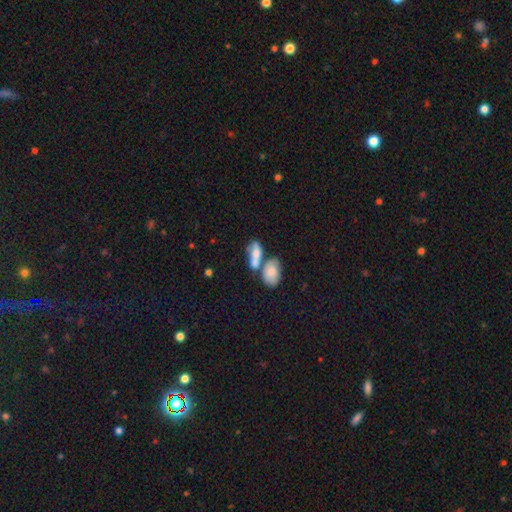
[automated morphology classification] smooth-or-featured: smooth: 65% | featured or disk: 27% | star or artifact: 9%
  how-rounded: in between: 84% | cigar-shaped: 8% | round: 8%
  merging: merger: 63% | none: 20% | minor disturbance: 10% | major disturbance: 7%